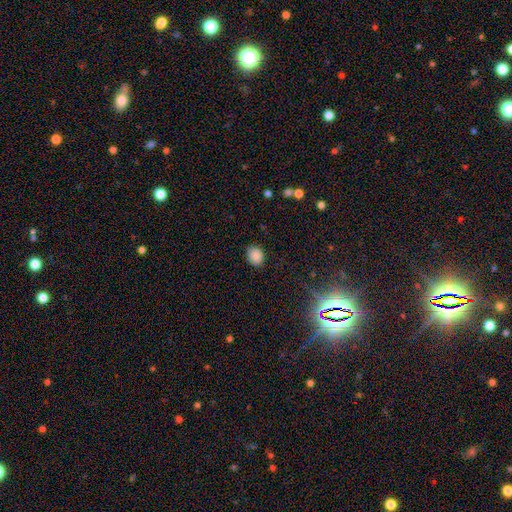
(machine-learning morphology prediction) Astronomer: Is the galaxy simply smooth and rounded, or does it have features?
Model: smooth — 85%.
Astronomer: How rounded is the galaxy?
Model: round — 52% (runner-up: in between, 47%).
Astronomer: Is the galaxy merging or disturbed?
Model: none — 83%.